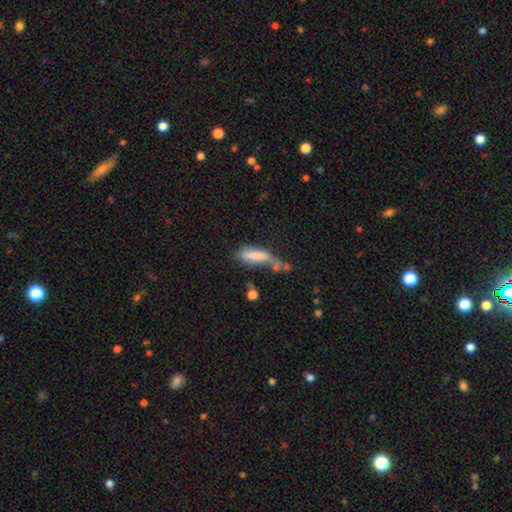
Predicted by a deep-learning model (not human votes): Smooth or featured? smooth (74%)
How rounded? in between (55%)
Merging? major disturbance (28%)